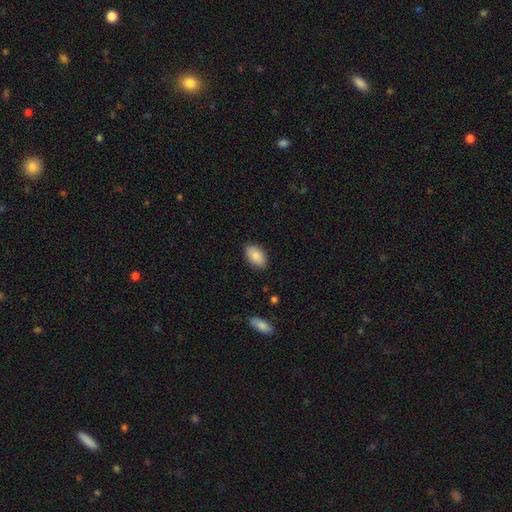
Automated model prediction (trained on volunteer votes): Q: Smooth or featured?
A: smooth (85%); runner-up: featured or disk (8%)
Q: How rounded?
A: in between (93%); runner-up: round (5%)
Q: Merging?
A: none (87%); runner-up: minor disturbance (10%)